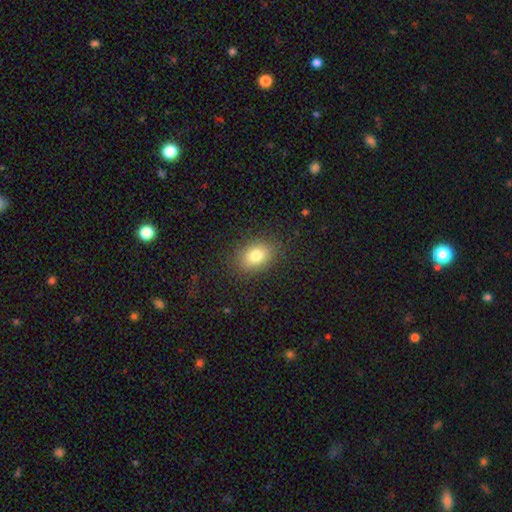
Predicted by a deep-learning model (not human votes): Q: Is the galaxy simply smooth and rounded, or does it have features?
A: smooth — 78%.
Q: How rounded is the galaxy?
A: in between — 70%.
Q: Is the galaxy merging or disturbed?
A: none — 86%.